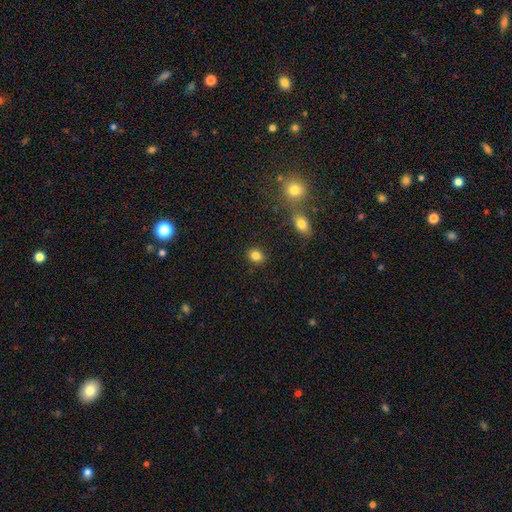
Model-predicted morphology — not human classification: Overall: smooth (84%). How rounded: round (68%; in between 31%). Merging: none (88%).